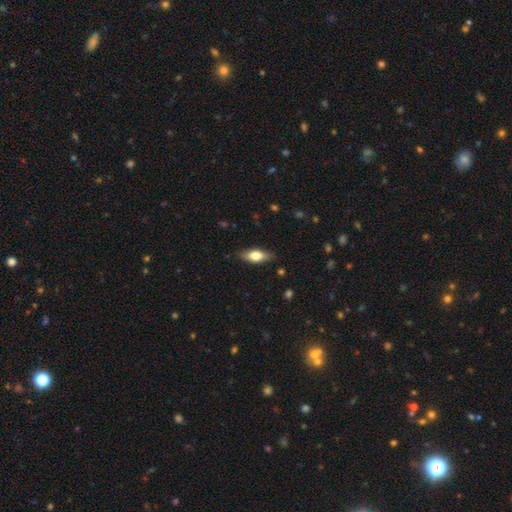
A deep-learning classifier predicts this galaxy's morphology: Q: Smooth or featured?
A: smooth (67%); runner-up: featured or disk (27%)
Q: How rounded?
A: in between (73%); runner-up: cigar-shaped (24%)
Q: Merging?
A: none (85%); runner-up: minor disturbance (12%)